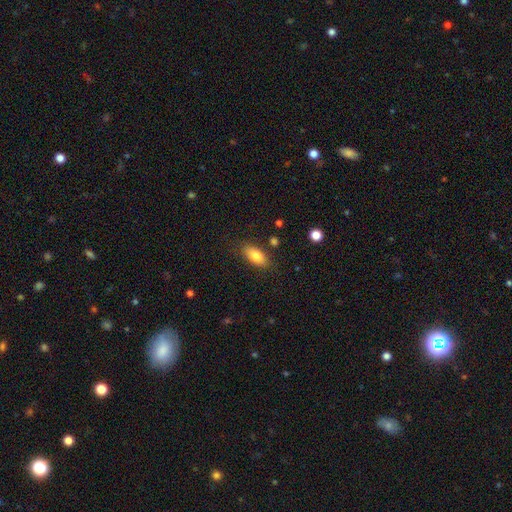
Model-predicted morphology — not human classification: Smooth or featured: smooth — 81% (featured or disk — 12%)
How rounded: in between — 85% (cigar-shaped — 11%)
Merging: none — 83% (minor disturbance — 12%)